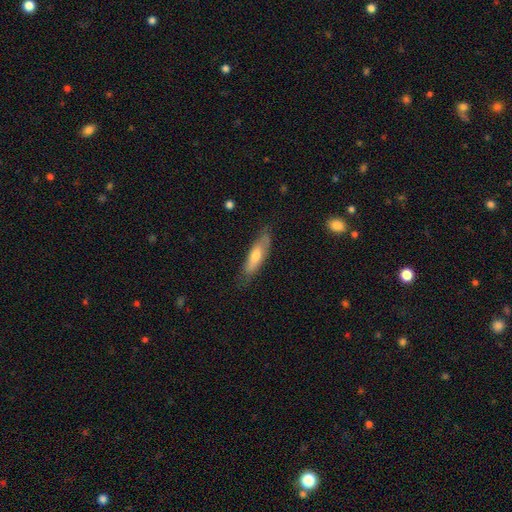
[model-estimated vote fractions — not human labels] Smooth or featured: smooth — 56% (featured or disk — 38%)
How rounded: cigar-shaped — 65% (in between — 34%)
Merging: none — 76% (minor disturbance — 19%)